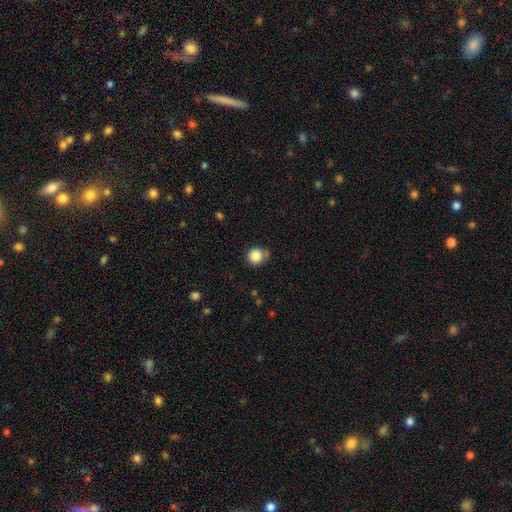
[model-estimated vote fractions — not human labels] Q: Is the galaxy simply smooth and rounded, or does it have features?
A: smooth — 84%.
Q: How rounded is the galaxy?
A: round — 89%.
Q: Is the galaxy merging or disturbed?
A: none — 70%.